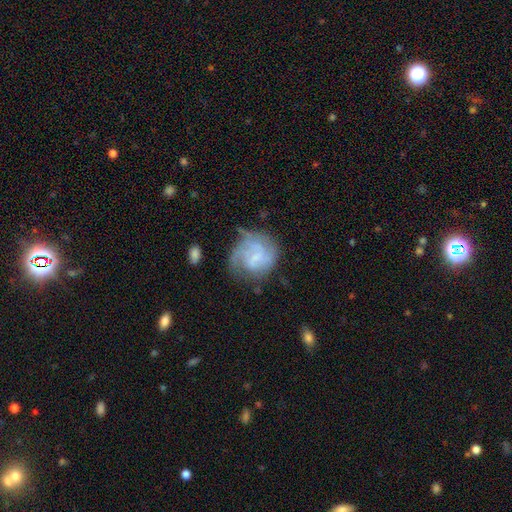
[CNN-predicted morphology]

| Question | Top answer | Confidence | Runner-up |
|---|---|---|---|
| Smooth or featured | featured or disk | 64% | smooth (28%) |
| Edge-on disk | no | 98% | yes (2%) |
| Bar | no | 49% | weak (43%) |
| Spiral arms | yes | 81% | no (19%) |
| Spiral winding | tight | 42% | medium (39%) |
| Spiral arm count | can't tell | 36% | 2 (26%) |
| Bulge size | none | 40% | small (39%) |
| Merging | none | 48% | minor disturbance (25%) |